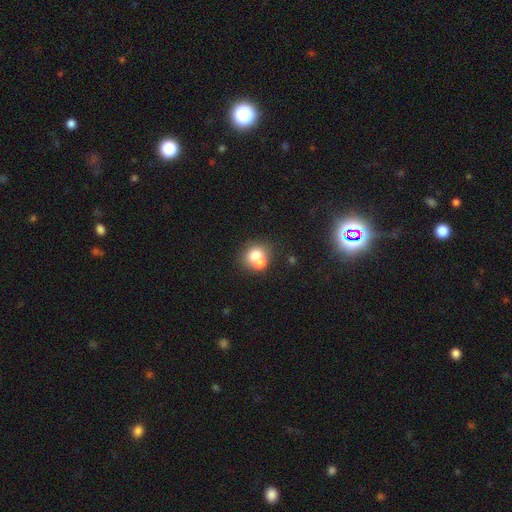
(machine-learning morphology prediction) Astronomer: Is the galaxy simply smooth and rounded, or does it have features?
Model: smooth — 67%.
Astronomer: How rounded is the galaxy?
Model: round — 74%.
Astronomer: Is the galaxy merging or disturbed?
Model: merger — 52% (runner-up: none, 37%).